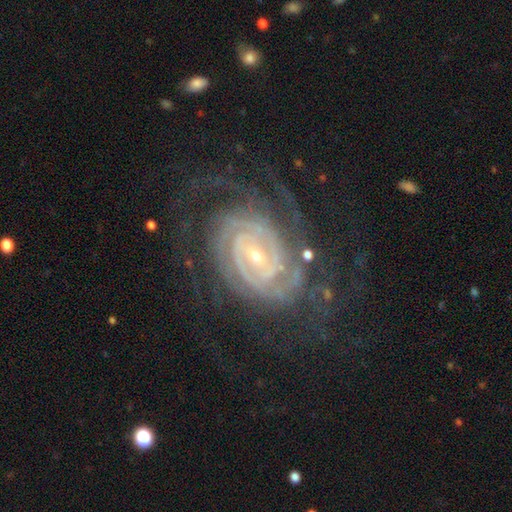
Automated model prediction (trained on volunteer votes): This is clearly a featured or disk galaxy (91%). It is clearly not viewed edge-on (97%). Bar: marginally weak (42%). Spiral arm pattern: clearly yes (98%). Spiral arm count: marginally 2 (26%). Spiral winding: clearly tight (83%). Central bulge: likely small (69%). Merging: likely none (70%).